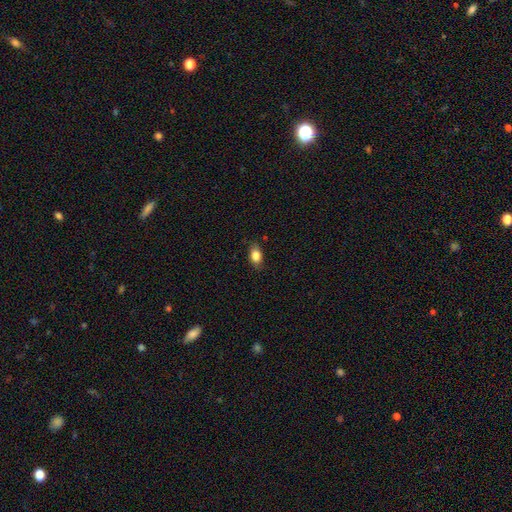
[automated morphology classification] smooth-or-featured: smooth: 84% | featured or disk: 8% | star or artifact: 8%
  how-rounded: in between: 86% | round: 9% | cigar-shaped: 5%
  merging: none: 82% | minor disturbance: 14% | major disturbance: 3% | merger: 1%